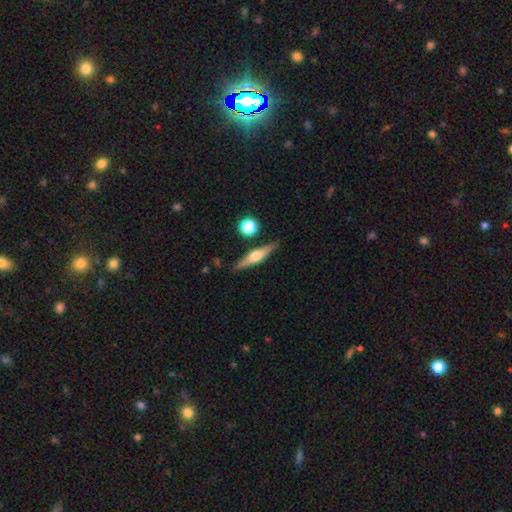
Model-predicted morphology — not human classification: This is likely a featured or disk galaxy (64%). It is clearly viewed edge-on (96%). Edge-on bulge: clearly rounded (91%). Merging: clearly none (85%).